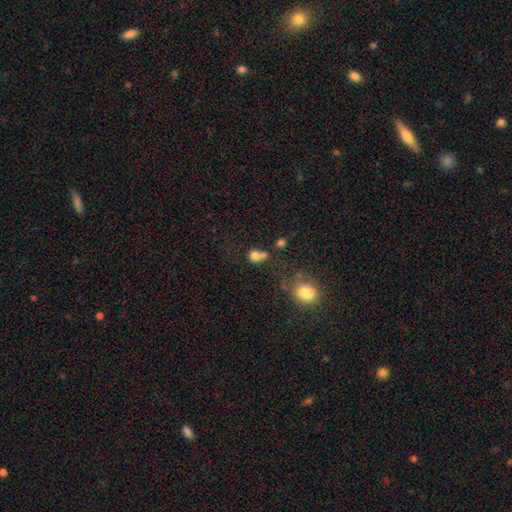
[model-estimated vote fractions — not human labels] Smooth or featured: smooth — 77% (star or artifact — 13%)
How rounded: round — 73% (in between — 26%)
Merging: merger — 41% (none — 38%)